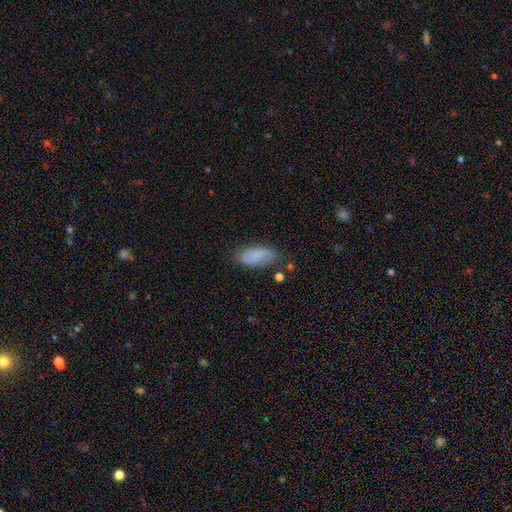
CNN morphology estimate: smooth-or-featured: smooth: 72% | featured or disk: 19% | star or artifact: 8%
  how-rounded: in between: 88% | cigar-shaped: 9% | round: 3%
  merging: none: 68% | minor disturbance: 23% | major disturbance: 6% | merger: 3%